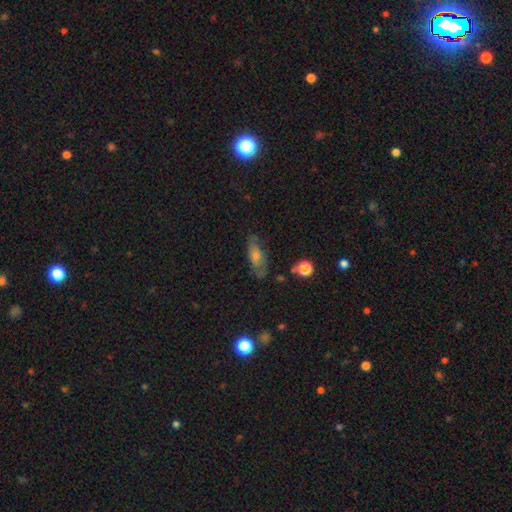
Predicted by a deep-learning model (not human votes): Smooth or featured? smooth (46%)
Merging? none (71%)